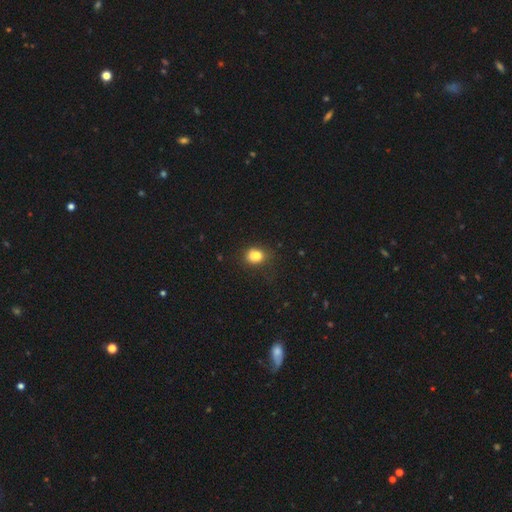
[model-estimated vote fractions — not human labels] Q: Smooth or featured?
A: smooth (76%); runner-up: featured or disk (12%)
Q: How rounded?
A: round (59%); runner-up: in between (40%)
Q: Merging?
A: none (46%); runner-up: merger (26%)